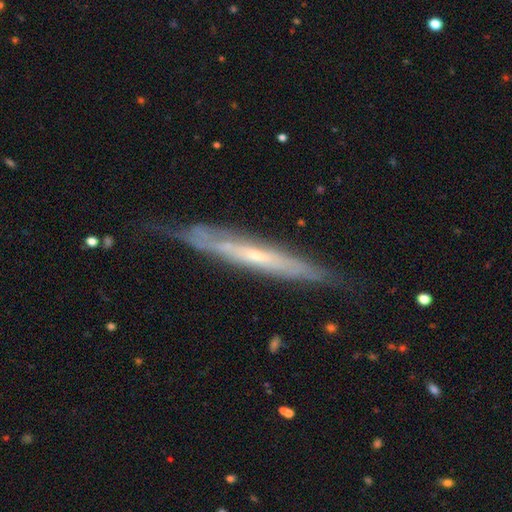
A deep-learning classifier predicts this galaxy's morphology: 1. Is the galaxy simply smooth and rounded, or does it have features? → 76% featured or disk, 18% smooth, 6% star or artifact.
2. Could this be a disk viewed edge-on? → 73% yes, 27% no.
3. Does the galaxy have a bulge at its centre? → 50% none, 46% rounded, 4% boxy.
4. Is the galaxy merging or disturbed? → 69% none, 23% minor disturbance, 6% major disturbance, 2% merger.